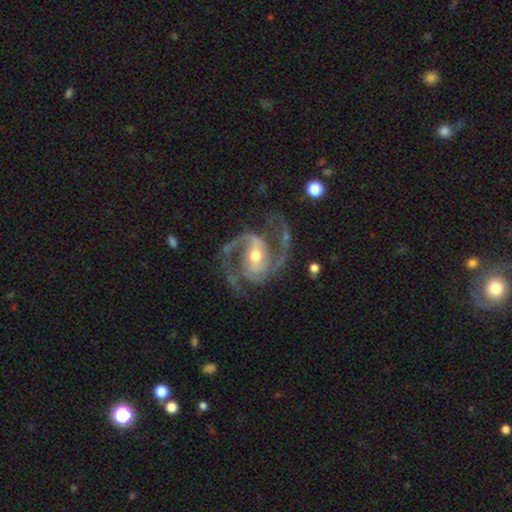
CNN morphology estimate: Smooth or featured: featured or disk — 93% (star or artifact — 4%)
Edge-on disk: no — 98% (yes — 2%)
Bar: weak — 42% (no — 34%)
Spiral arms: yes — 98% (no — 2%)
Spiral winding: medium — 63% (tight — 19%)
Spiral arm count: 2 — 80% (3 — 11%)
Bulge size: moderate — 70% (small — 22%)
Merging: none — 68% (minor disturbance — 17%)